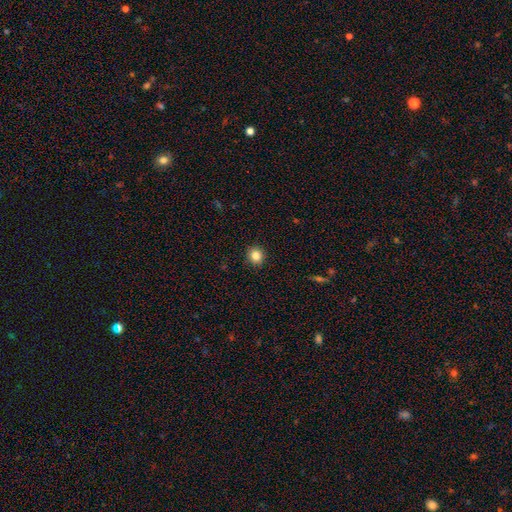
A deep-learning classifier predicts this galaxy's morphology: smooth 84%, star or artifact 11%, featured or disk 5%. Down the decision tree: how rounded — round (89%); merging — none (92%).